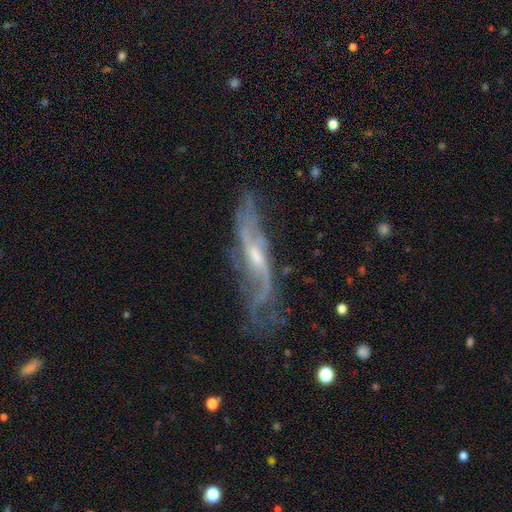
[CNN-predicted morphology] featured or disk 79%, smooth 12%, star or artifact 9%. Down the decision tree: edge-on disk — no (67%); bar — weak (43%); spiral arms — yes (88%); bulge size — small (55%); merging — none (62%).